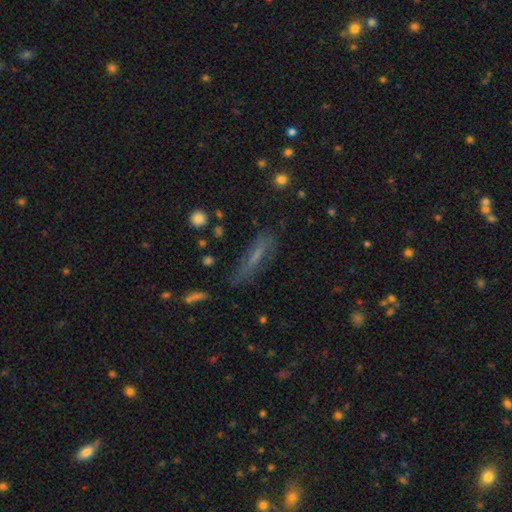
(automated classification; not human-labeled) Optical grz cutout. It shows a smooth galaxy with no disk features (46%). Merging: none (66%).